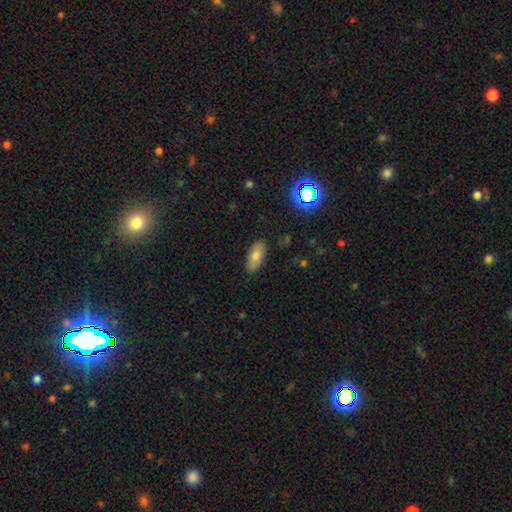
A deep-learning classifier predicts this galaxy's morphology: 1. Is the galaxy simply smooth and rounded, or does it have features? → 73% smooth, 16% featured or disk, 11% star or artifact.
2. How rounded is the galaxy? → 85% in between, 12% cigar-shaped, 3% round.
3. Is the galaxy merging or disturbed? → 84% none, 12% minor disturbance, 2% major disturbance, 1% merger.